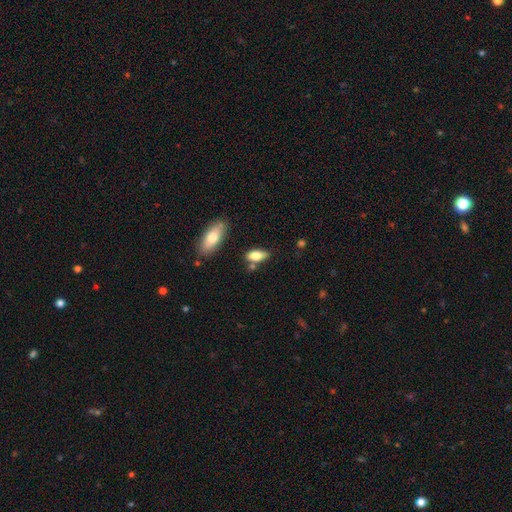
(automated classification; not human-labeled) smooth_or_featured: smooth (p=0.78) [alt: featured or disk p=0.15]
how_rounded: in between (p=0.83) [alt: cigar-shaped p=0.14]
merging: none (p=0.65) [alt: minor disturbance p=0.17]